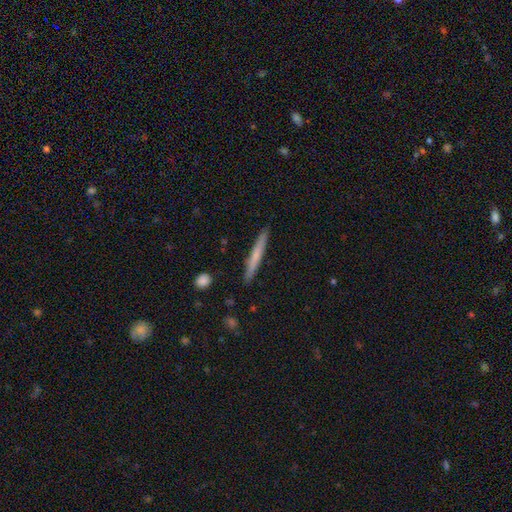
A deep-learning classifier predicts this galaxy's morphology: This is likely a smooth galaxy (61%). How rounded: clearly cigar-shaped (96%). Merging: clearly none (91%).